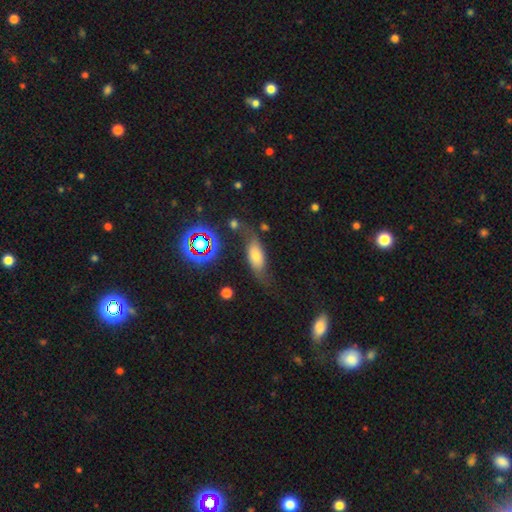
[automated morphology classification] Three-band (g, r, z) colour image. It shows a smooth galaxy with no disk features (45%). Merging: none (55%).